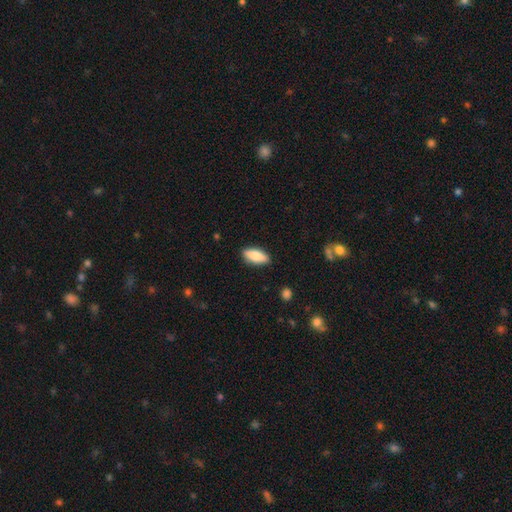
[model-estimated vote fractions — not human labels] smooth_or_featured: smooth (p=0.83) [alt: featured or disk p=0.11]
how_rounded: in between (p=0.80) [alt: cigar-shaped p=0.17]
merging: none (p=0.87) [alt: minor disturbance p=0.10]